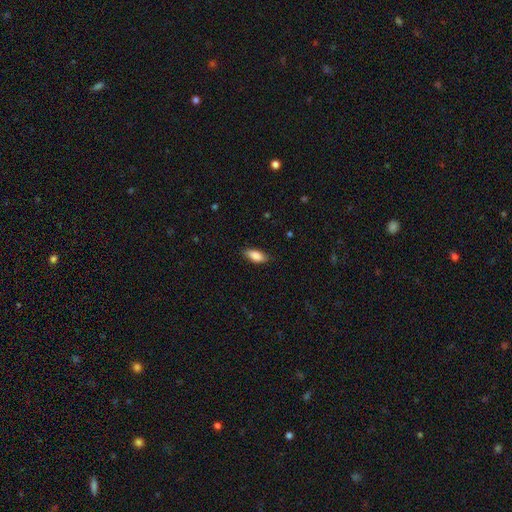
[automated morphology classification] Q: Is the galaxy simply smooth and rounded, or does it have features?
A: smooth — 87%.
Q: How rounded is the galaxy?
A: in between — 85%.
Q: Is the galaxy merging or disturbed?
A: none — 82%.